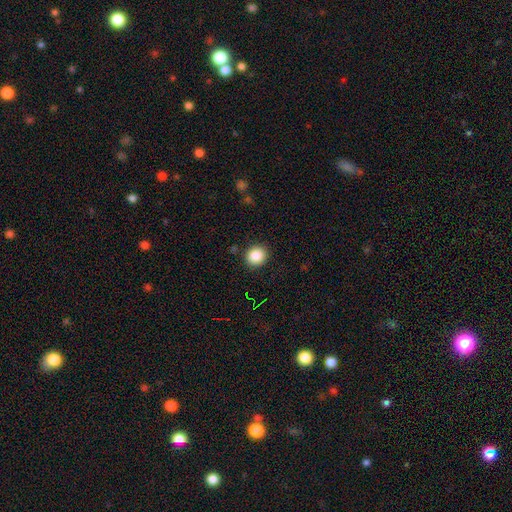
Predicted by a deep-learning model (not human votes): smooth 87%, star or artifact 10%, featured or disk 4%. Down the decision tree: how rounded — round (84%); merging — none (89%).